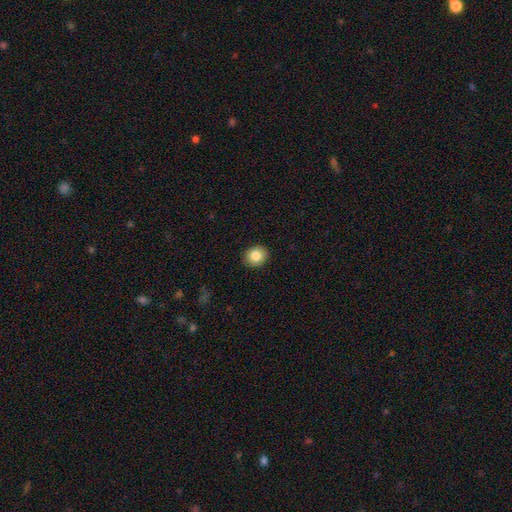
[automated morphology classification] type=smooth (85%); roundness=round (65%); merging=none (90%).